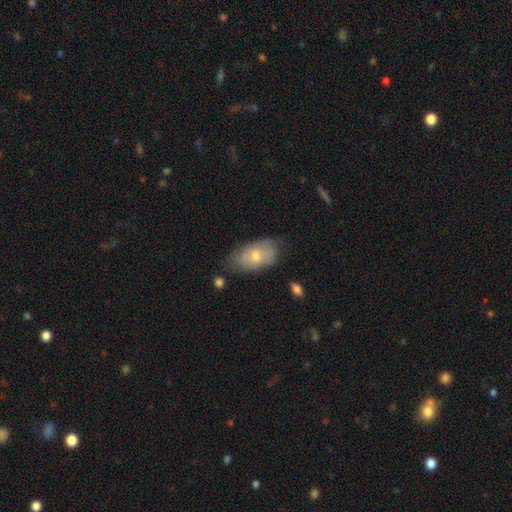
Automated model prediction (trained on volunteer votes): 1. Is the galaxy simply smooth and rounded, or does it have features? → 56% smooth, 36% featured or disk, 8% star or artifact.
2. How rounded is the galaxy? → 92% in between, 6% round, 3% cigar-shaped.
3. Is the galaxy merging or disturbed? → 64% none, 27% minor disturbance, 6% major disturbance, 3% merger.